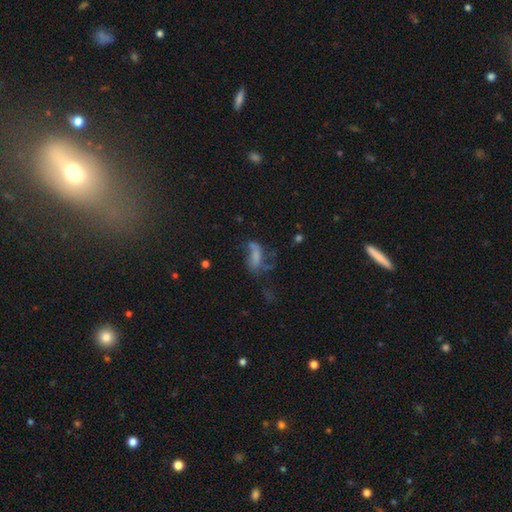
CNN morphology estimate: Smooth or featured?
  - featured or disk: 42% *
  - smooth: 40%
  - star or artifact: 18%
Merging?
  - major disturbance: 46% *
  - none: 28%
  - minor disturbance: 17%
  - merger: 9%